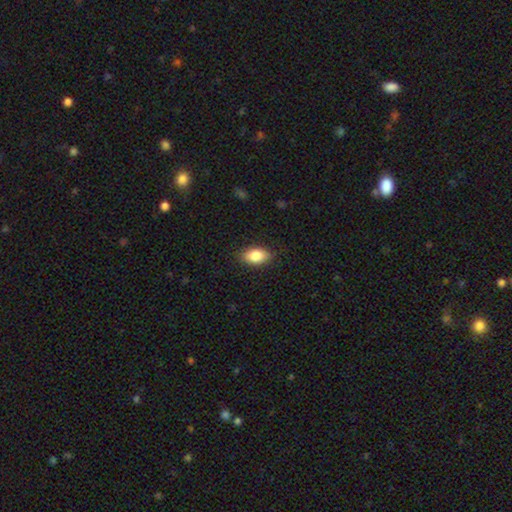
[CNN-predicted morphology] Smooth or featured? Predicted: smooth (p=0.85). How rounded? Predicted: in between (p=0.89). Merging? Predicted: none (p=0.85).